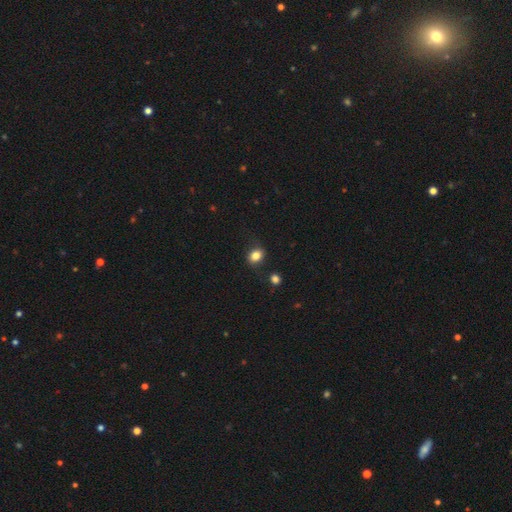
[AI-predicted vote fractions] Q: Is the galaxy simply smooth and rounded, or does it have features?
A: smooth — 82%.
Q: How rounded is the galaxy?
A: in between — 54%.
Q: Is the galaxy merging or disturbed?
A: none — 79%.